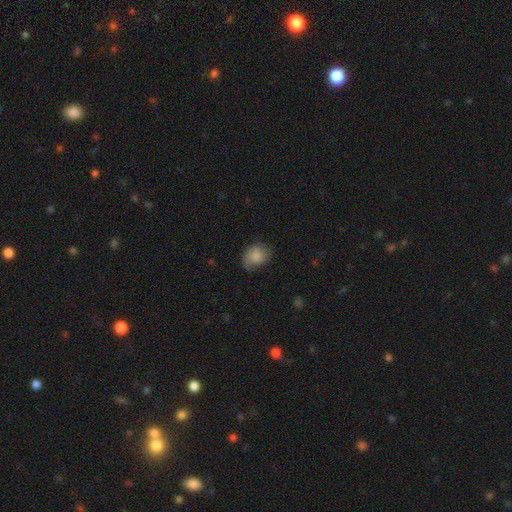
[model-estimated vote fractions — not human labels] Smooth or featured? Predicted: smooth (p=0.74). How rounded? Predicted: in between (p=0.52). Merging? Predicted: none (p=0.54).